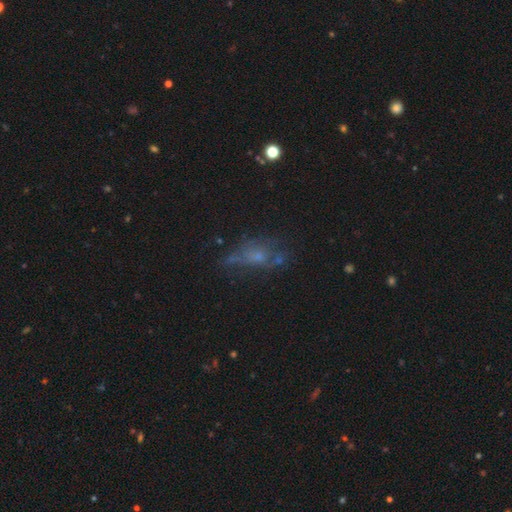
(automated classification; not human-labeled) A smooth galaxy with no disk features (37%, tied with featured or disk). Merging: none (46%).